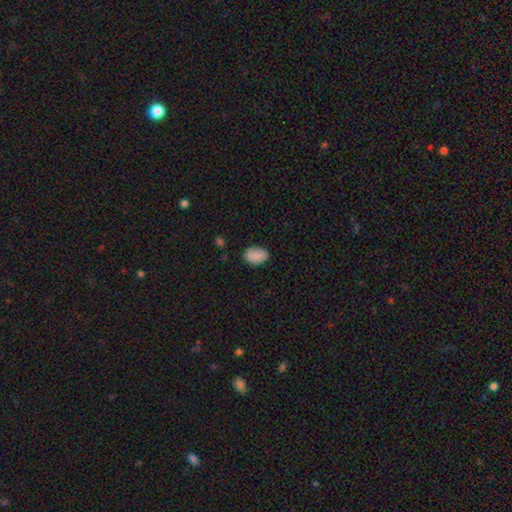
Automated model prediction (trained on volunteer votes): Overall: smooth (85%). How rounded: in between (83%). Merging: none (76%).